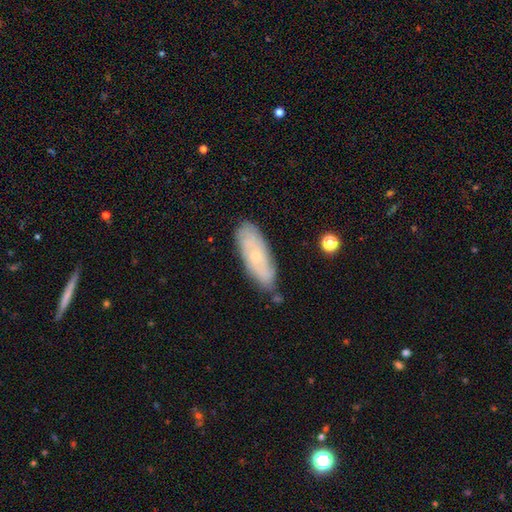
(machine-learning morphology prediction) featured or disk 48%, smooth 44%, star or artifact 8%. Down the decision tree: merging — none (77%).